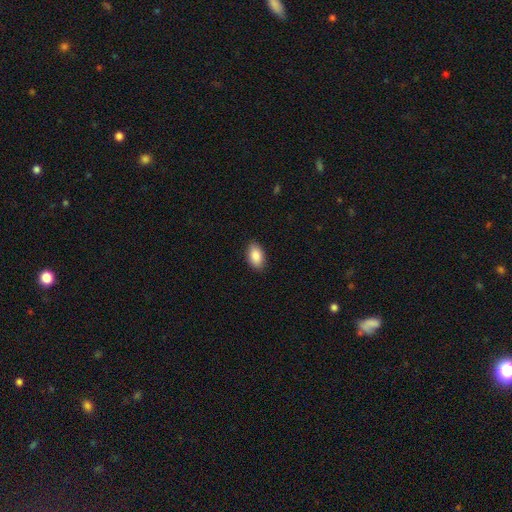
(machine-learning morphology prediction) A smooth galaxy with no disk features (88%) that is in between round and cigar-shaped (93%).

Vote fractions:
- Smooth or featured? smooth: 88% / star or artifact: 7% / featured or disk: 6%
- How rounded? in between: 93% / round: 5% / cigar-shaped: 2%
- Merging? none: 89% / minor disturbance: 8% / major disturbance: 2% / merger: 1%